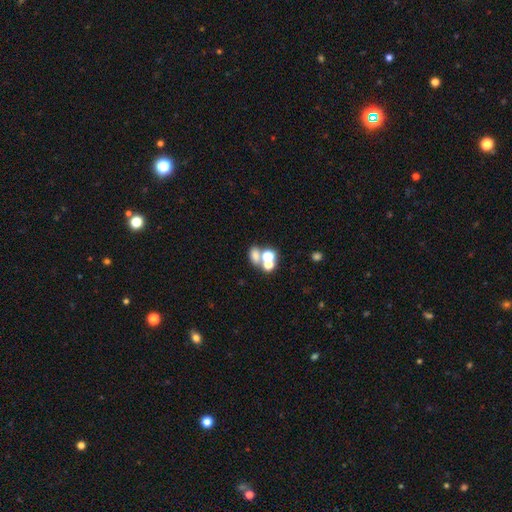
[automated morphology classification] Overall: smooth (61%; star or artifact 22%). How rounded: in between (57%; round 40%). Merging: merger (49%; none 37%).